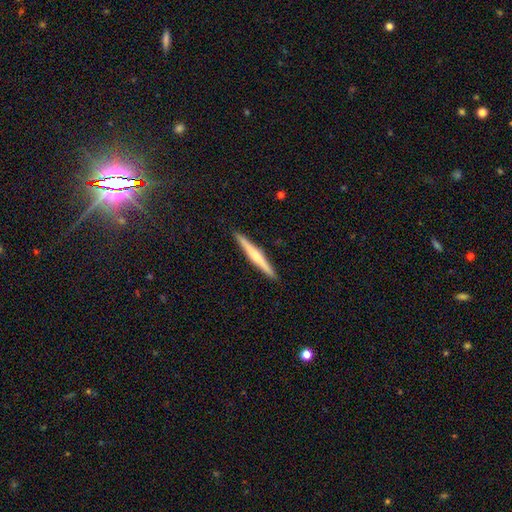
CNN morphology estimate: A featured or disk galaxy (57%) viewed edge-on (98%) with a rounded central bulge (61%).

Vote fractions:
- Smooth or featured? featured or disk: 57% / smooth: 37% / star or artifact: 6%
- Edge-on disk? yes: 98% / no: 2%
- Edge-on bulge? rounded: 61% / none: 29% / boxy: 11%
- Merging? none: 92% / minor disturbance: 5% / major disturbance: 1% / merger: 1%